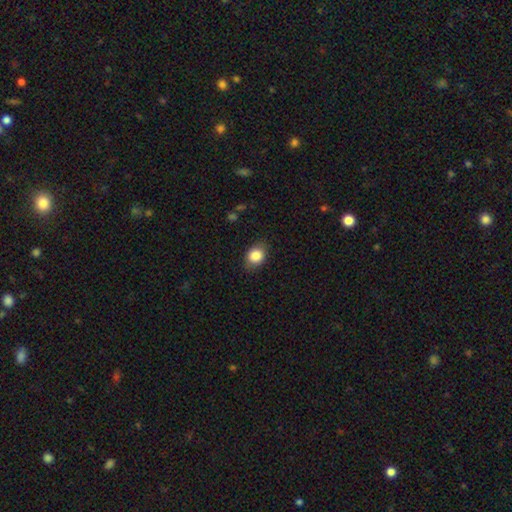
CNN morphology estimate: Smooth or featured? Predicted: smooth (p=0.85). How rounded? Predicted: in between (p=0.52). Merging? Predicted: none (p=0.82).